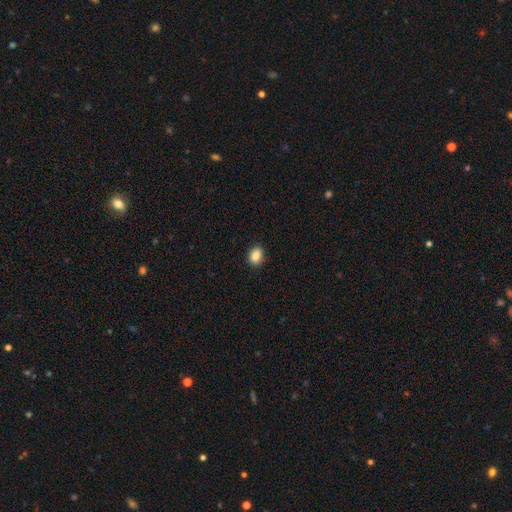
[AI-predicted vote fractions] This is clearly a smooth galaxy (87%). How rounded: likely in between (63%). Merging: clearly none (88%).